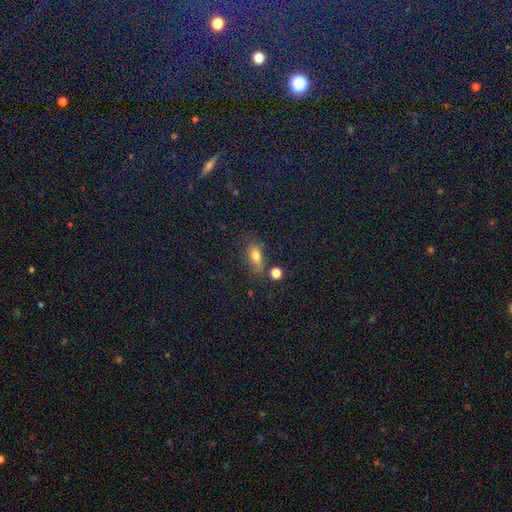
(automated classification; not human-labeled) smooth 75%, star or artifact 13%, featured or disk 12%. Down the decision tree: how rounded — in between (77%); merging — none (58%).